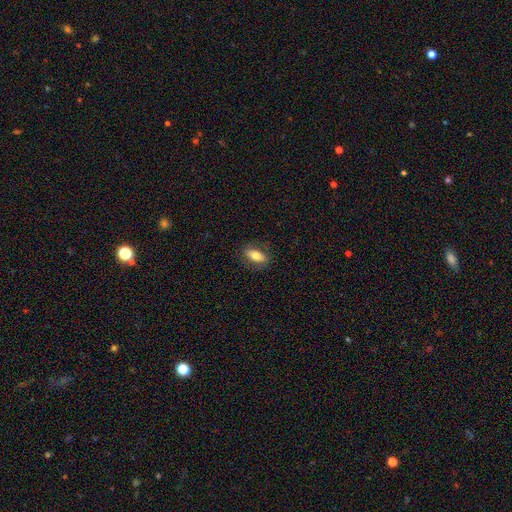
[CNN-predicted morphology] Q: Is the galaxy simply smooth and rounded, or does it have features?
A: smooth — 71%.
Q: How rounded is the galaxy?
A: in between — 81%.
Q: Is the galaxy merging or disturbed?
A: none — 83%.